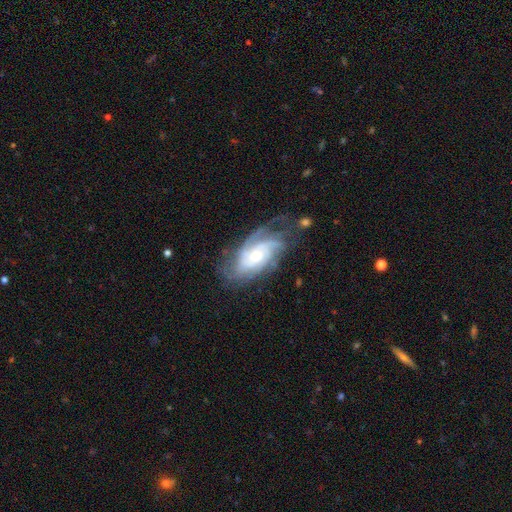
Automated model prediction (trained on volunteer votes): Q: Smooth or featured?
A: featured or disk (84%); runner-up: smooth (10%)
Q: Edge-on disk?
A: no (95%); runner-up: yes (5%)
Q: Bar?
A: no (68%); runner-up: weak (25%)
Q: Spiral arms?
A: yes (96%); runner-up: no (4%)
Q: Spiral winding?
A: tight (58%); runner-up: medium (33%)
Q: Spiral arm count?
A: can't tell (30%); runner-up: 3 (24%)
Q: Bulge size?
A: small (47%); runner-up: moderate (45%)
Q: Merging?
A: none (65%); runner-up: minor disturbance (21%)